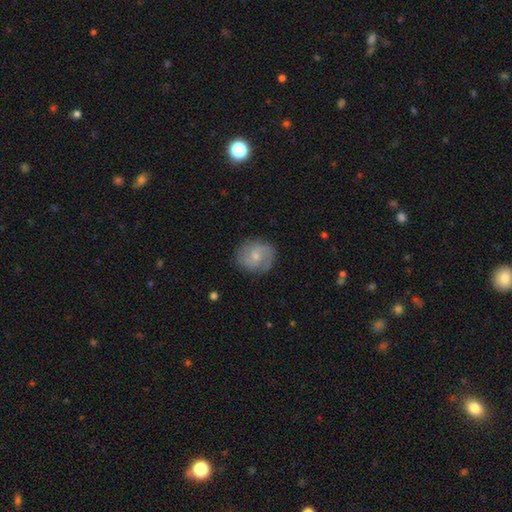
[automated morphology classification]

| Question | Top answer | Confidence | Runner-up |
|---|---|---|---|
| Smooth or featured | featured or disk | 58% | smooth (36%) |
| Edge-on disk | no | 97% | yes (3%) |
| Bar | no | 52% | weak (42%) |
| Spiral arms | yes | 87% | no (13%) |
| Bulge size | small | 51% | moderate (43%) |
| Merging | none | 80% | minor disturbance (15%) |